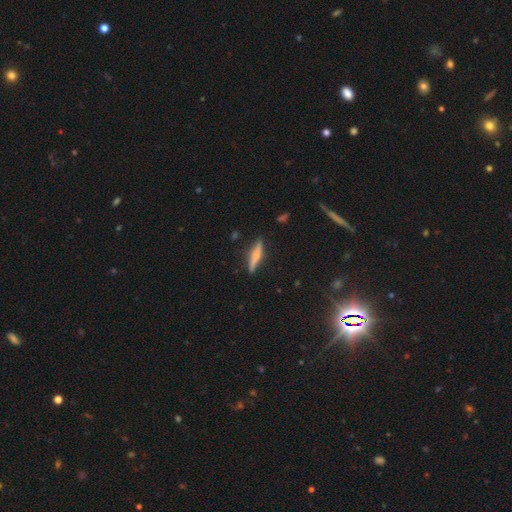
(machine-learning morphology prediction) Smooth or featured? Predicted: smooth (p=0.51). How rounded? Predicted: cigar-shaped (p=0.86). Merging? Predicted: none (p=0.84).